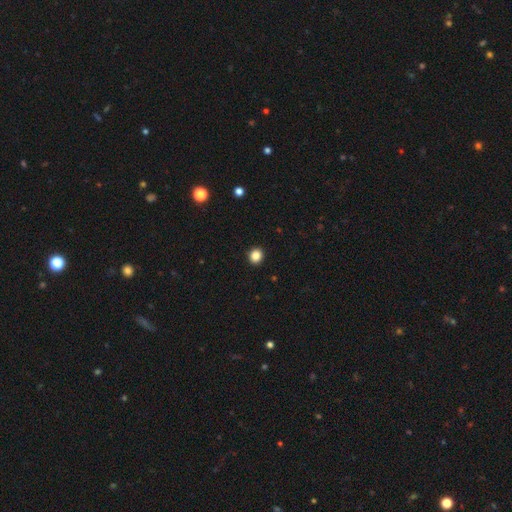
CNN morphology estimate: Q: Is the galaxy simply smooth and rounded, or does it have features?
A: smooth — 86%.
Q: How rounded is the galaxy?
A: round — 84%.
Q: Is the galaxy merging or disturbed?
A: none — 93%.